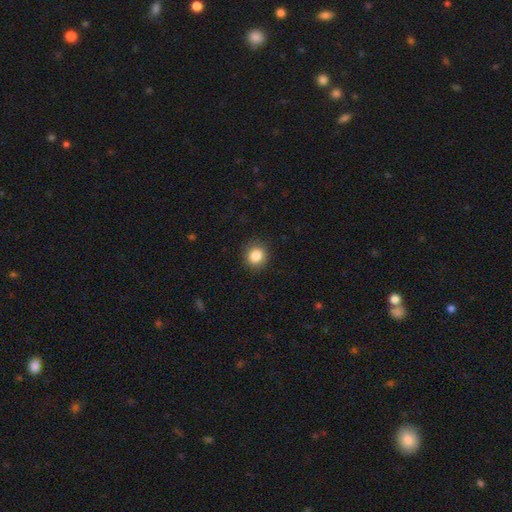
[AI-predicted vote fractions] Smooth or featured?
  - smooth: 85% *
  - star or artifact: 10%
  - featured or disk: 5%
How rounded?
  - round: 84% *
  - in between: 15%
  - cigar-shaped: 1%
Merging?
  - none: 89% *
  - minor disturbance: 7%
  - major disturbance: 2%
  - merger: 1%